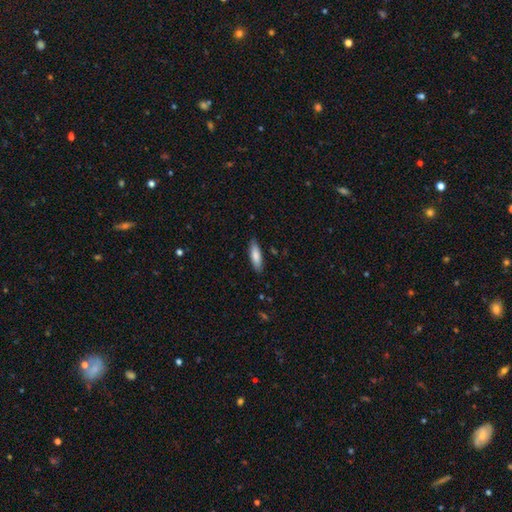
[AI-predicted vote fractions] Q: Smooth or featured?
A: smooth (83%); runner-up: featured or disk (11%)
Q: How rounded?
A: cigar-shaped (52%); runner-up: in between (47%)
Q: Merging?
A: none (87%); runner-up: minor disturbance (10%)